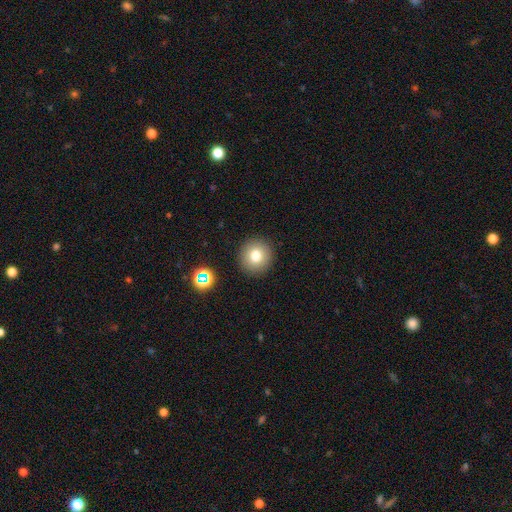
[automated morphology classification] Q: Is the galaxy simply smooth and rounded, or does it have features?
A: smooth — 77%.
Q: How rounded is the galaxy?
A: round — 93%.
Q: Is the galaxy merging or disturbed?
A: none — 91%.